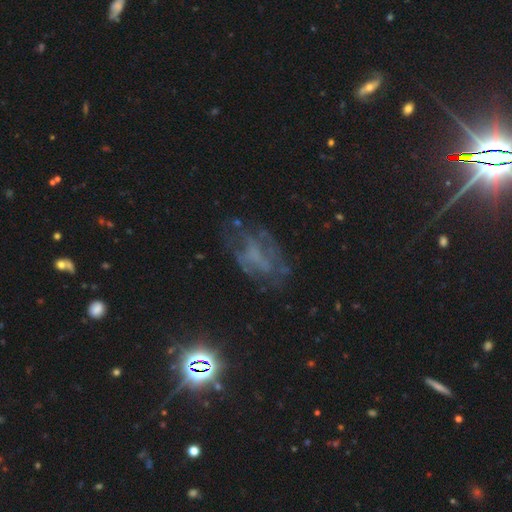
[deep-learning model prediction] A featured or disk galaxy (48%). Merging: none (59%).